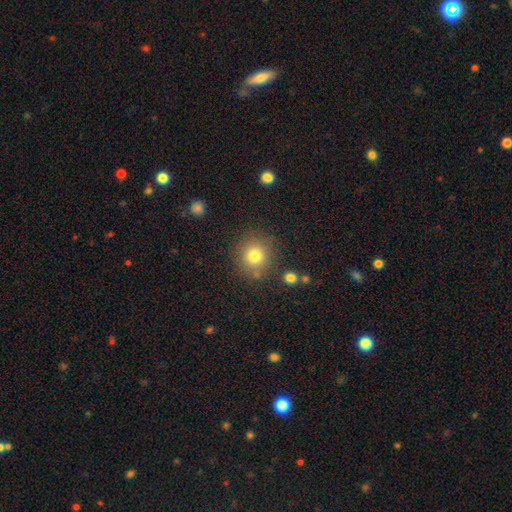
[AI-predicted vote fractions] Smooth or featured? smooth (69%)
How rounded? round (93%)
Merging? none (88%)